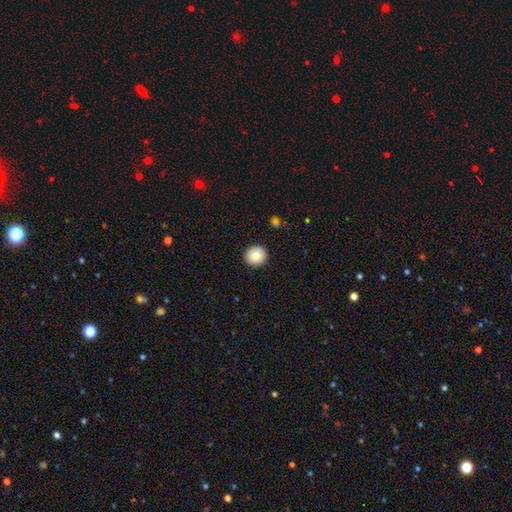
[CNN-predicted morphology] Overall: smooth (83%). How rounded: round (92%). Merging: none (93%).